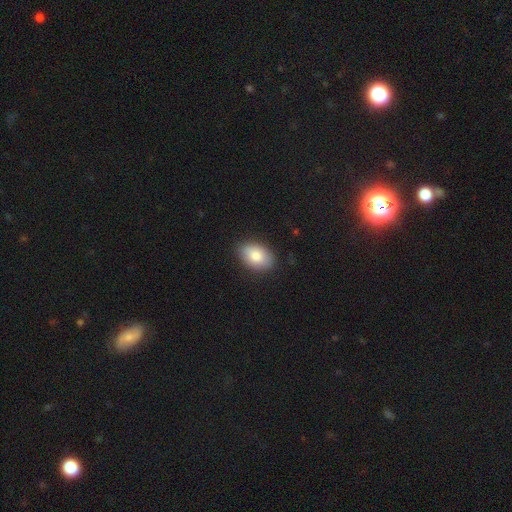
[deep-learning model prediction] Overall: smooth (82%). How rounded: in between (88%). Merging: none (85%).